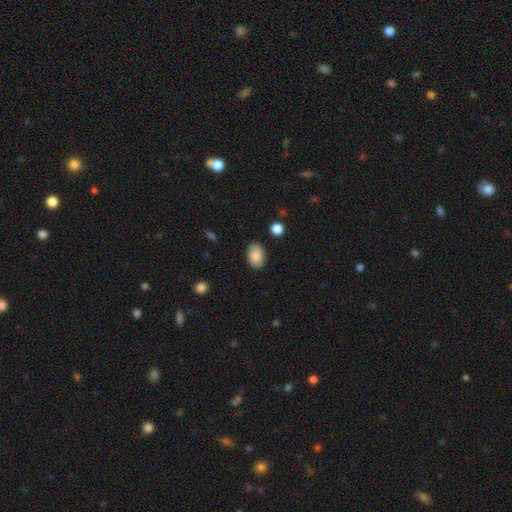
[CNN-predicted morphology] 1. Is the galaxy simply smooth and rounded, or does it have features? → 86% smooth, 7% star or artifact, 7% featured or disk.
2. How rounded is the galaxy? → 87% in between, 12% round, 1% cigar-shaped.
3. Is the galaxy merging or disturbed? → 86% none, 10% minor disturbance, 2% major disturbance, 1% merger.